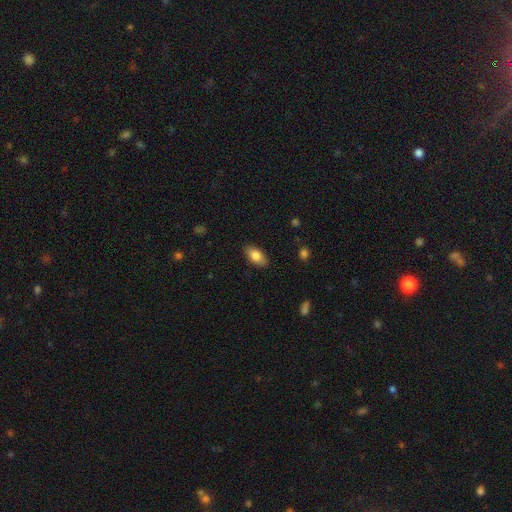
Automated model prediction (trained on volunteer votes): smooth 82%, featured or disk 11%, star or artifact 7%. Down the decision tree: how rounded — in between (91%); merging — none (87%).